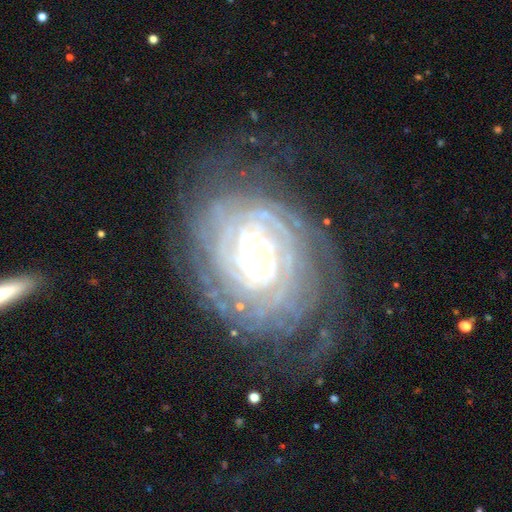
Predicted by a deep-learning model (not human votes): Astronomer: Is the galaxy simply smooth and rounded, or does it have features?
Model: featured or disk — 88%.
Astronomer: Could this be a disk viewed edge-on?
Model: no — 97%.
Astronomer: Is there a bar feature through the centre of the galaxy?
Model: weak — 45% (runner-up: strong, 35%).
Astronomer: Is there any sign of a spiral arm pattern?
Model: yes — 97%.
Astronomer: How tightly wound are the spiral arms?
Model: tight — 84%.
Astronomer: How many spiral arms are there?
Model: can't tell — 33% (runner-up: more than 4, 21%).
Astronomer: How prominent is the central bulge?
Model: small — 61%.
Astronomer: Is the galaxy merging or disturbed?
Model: none — 71%.